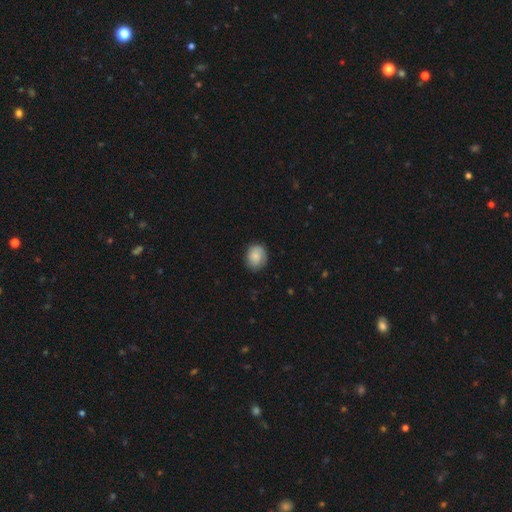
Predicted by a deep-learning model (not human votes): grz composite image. It shows a smooth galaxy with no disk features (77%) that is round (67%). Merging: none (80%).